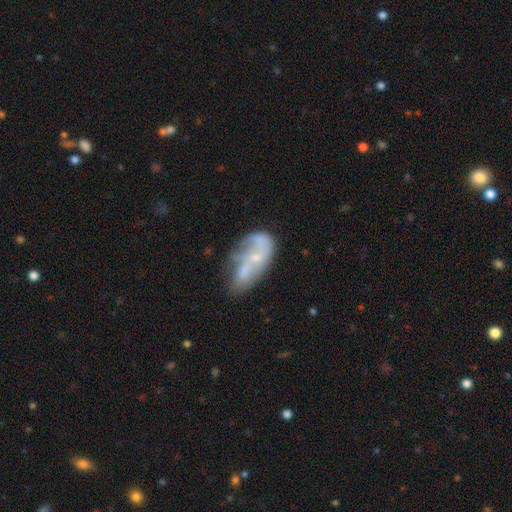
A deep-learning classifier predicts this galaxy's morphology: A featured or disk galaxy (58%) with no bar (74%), no spiral arms (60%) and a small central bulge (55%).

Vote fractions:
- Smooth or featured? featured or disk: 58% / smooth: 33% / star or artifact: 9%
- Edge-on disk? no: 95% / yes: 5%
- Bar? no: 74% / weak: 20% / strong: 6%
- Spiral arms? no: 60% / yes: 40%
- Bulge size? small: 55% / none: 22% / moderate: 20% / large: 2% / dominant: 1%
- Merging? none: 30% / merger: 25% / major disturbance: 23% / minor disturbance: 22%